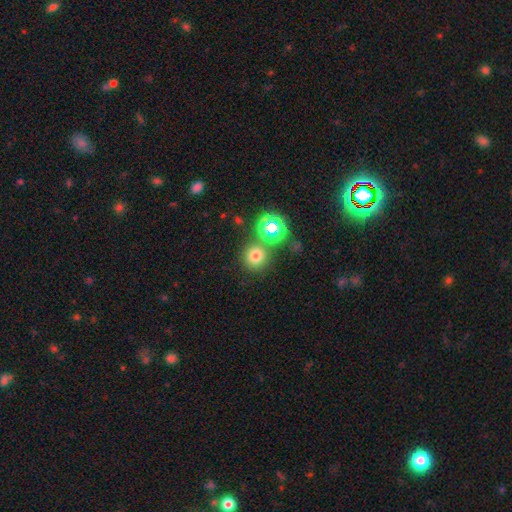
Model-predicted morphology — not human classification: Q: Smooth or featured?
A: smooth (69%); runner-up: star or artifact (23%)
Q: How rounded?
A: round (92%); runner-up: in between (7%)
Q: Merging?
A: none (78%); runner-up: merger (12%)